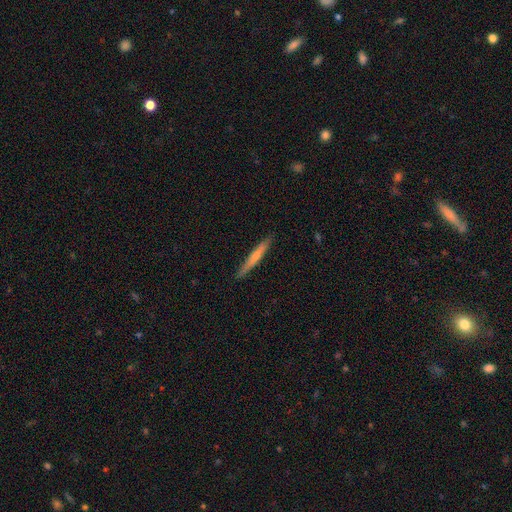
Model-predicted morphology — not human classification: The model was most divided on "smooth or featured": featured or disk: 56%, smooth: 34%, star or artifact: 10%. More confident: edge-on disk — yes (95%); merging — none (89%); edge-on bulge — rounded (62%).